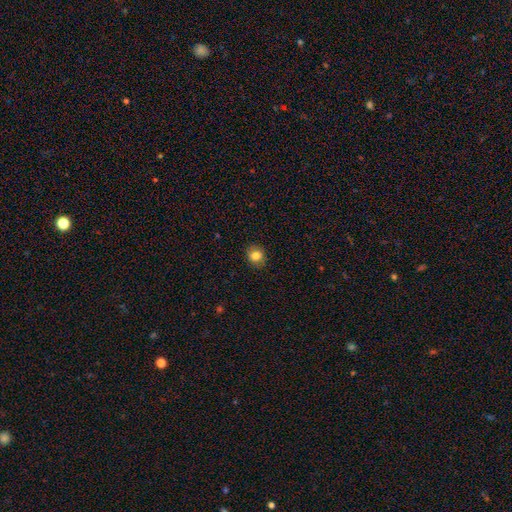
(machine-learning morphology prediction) Overall: smooth (83%). How rounded: round (75%). Merging: none (89%).